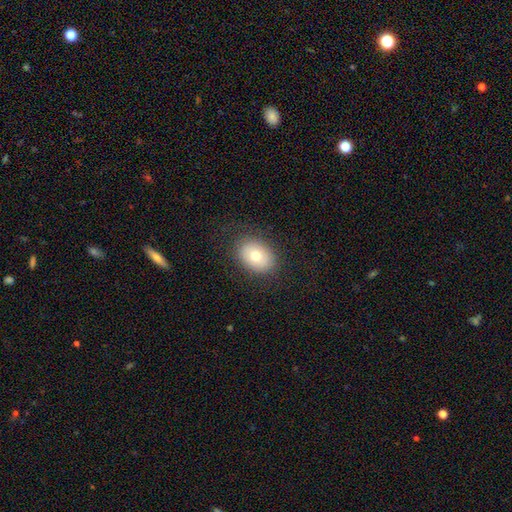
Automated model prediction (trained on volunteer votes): Smooth or featured: smooth — 72% (featured or disk — 18%)
How rounded: in between — 68% (round — 31%)
Merging: none — 83% (minor disturbance — 11%)